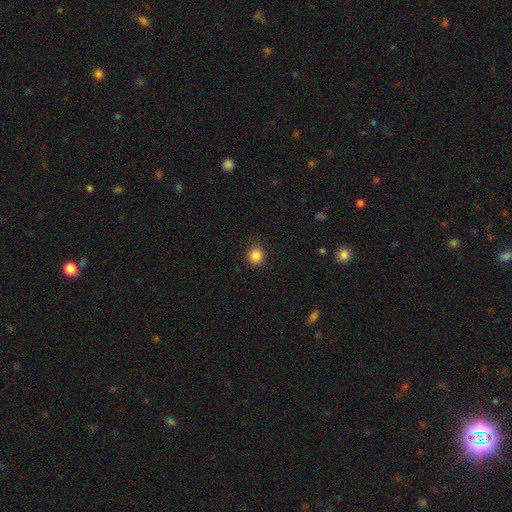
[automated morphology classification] A smooth galaxy with no disk features (85%) that is round (85%). Merging: none (86%).